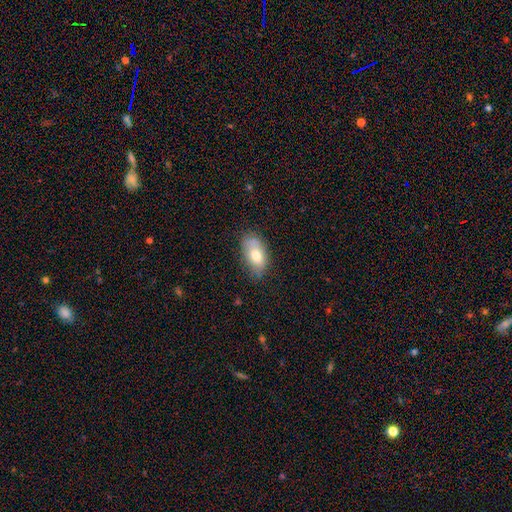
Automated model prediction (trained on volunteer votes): This appears to be a smooth galaxy with no disk features (70%) that is in between round and cigar-shaped (91%). Merging: none (65%).